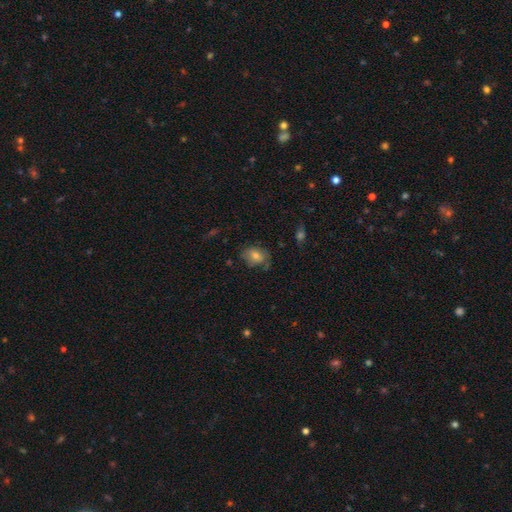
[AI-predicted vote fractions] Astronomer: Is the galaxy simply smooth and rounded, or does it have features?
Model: smooth — 62%.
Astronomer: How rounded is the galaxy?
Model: in between — 66%.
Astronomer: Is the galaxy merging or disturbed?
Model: none — 58%.